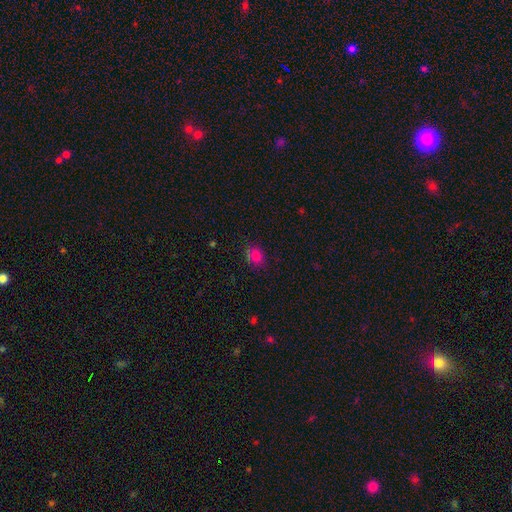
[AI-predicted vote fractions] smooth 75%, star or artifact 17%, featured or disk 8%. Down the decision tree: how rounded — round (51%); merging — none (77%).